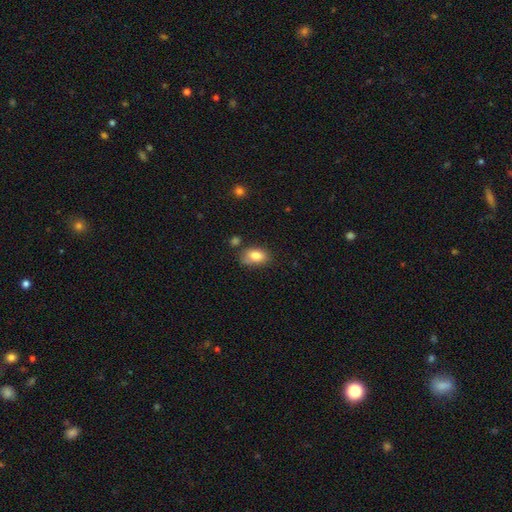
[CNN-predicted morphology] smooth-or-featured: smooth: 82% | featured or disk: 10% | star or artifact: 8%
  how-rounded: in between: 87% | round: 11% | cigar-shaped: 2%
  merging: none: 67% | minor disturbance: 22% | merger: 7% | major disturbance: 5%